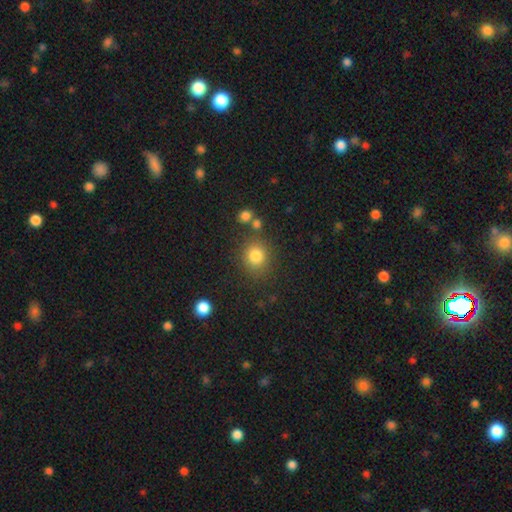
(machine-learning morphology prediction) The model was most divided on "how rounded": round: 81%, in between: 18%, cigar-shaped: 1%. More confident: smooth or featured — smooth (81%); merging — none (78%).